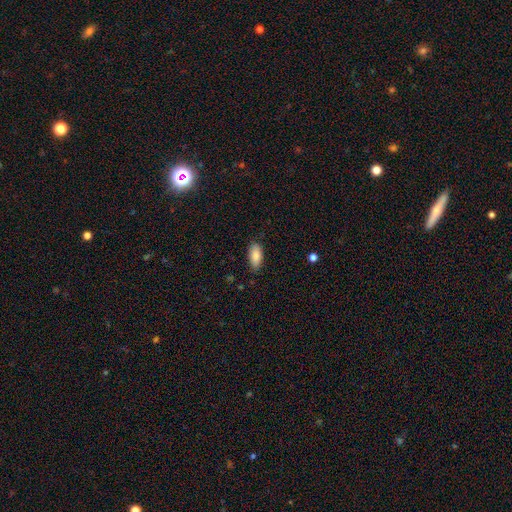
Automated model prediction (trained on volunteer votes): Morphology: type=smooth (86%); roundness=in between (88%); merging=none (82%).